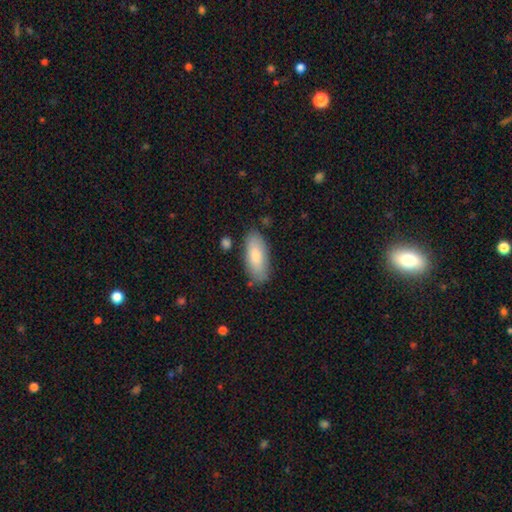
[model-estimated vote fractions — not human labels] This is clearly a smooth galaxy (81%). How rounded: clearly in between (80%). Merging: clearly none (80%).